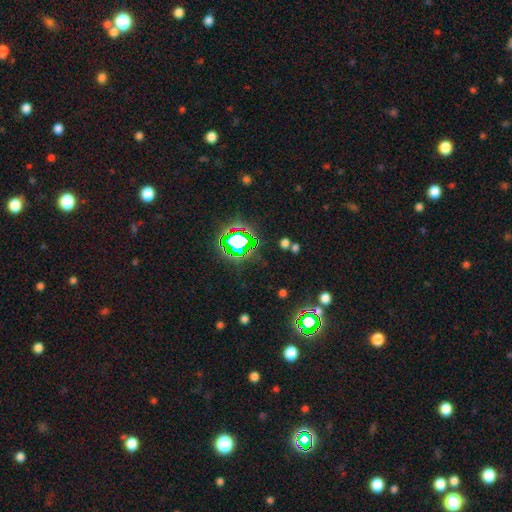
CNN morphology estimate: star or artifact 81%, smooth 12%, featured or disk 7%.